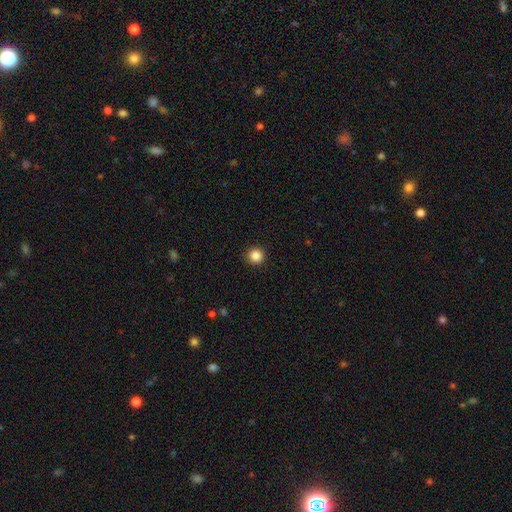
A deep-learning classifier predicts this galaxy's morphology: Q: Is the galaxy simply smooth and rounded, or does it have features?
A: smooth — 87%.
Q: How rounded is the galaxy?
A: round — 95%.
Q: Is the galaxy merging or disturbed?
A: none — 93%.